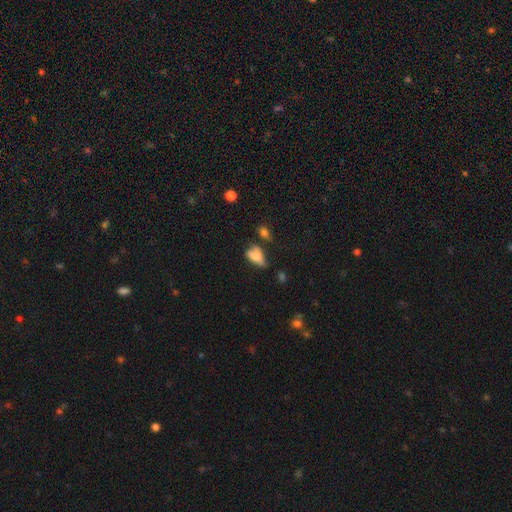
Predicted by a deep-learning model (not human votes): Smooth or featured? smooth (63%)
How rounded? in between (83%)
Merging? none (32%)